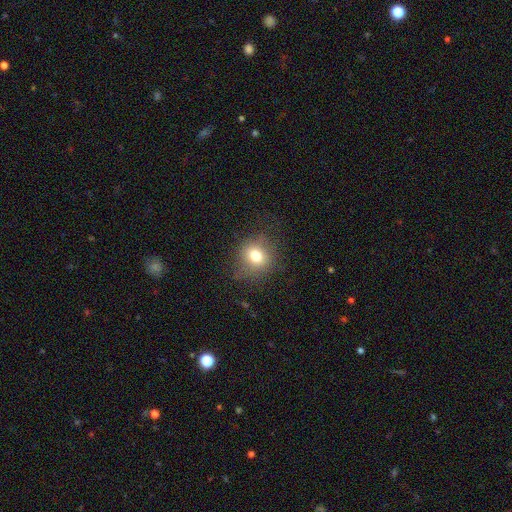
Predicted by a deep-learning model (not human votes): This is likely a smooth galaxy (74%). How rounded: likely round (79%). Merging: likely none (77%).